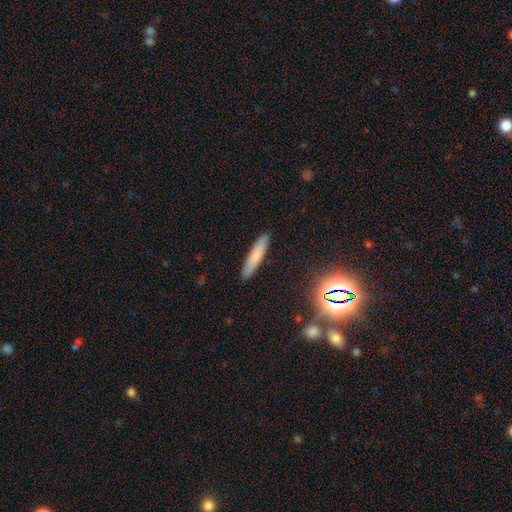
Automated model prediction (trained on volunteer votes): A smooth galaxy with no disk features (74%) that is cigar-shaped (88%).

Vote fractions:
- Smooth or featured? smooth: 74% / featured or disk: 16% / star or artifact: 10%
- How rounded? cigar-shaped: 88% / in between: 11% / round: 1%
- Merging? none: 90% / minor disturbance: 7% / major disturbance: 2% / merger: 1%